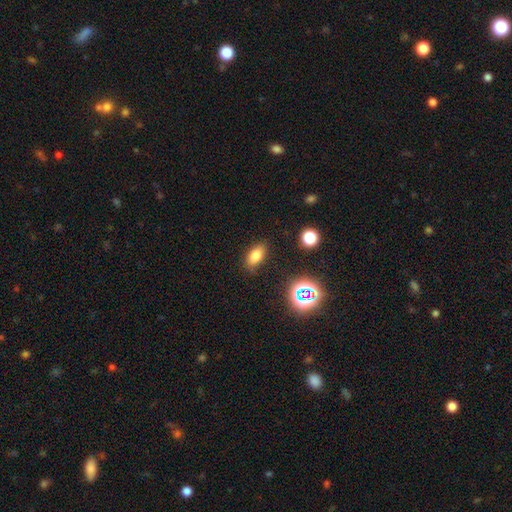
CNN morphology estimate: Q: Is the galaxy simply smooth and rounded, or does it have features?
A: smooth — 77%.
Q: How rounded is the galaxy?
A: in between — 86%.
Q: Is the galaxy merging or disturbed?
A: none — 83%.